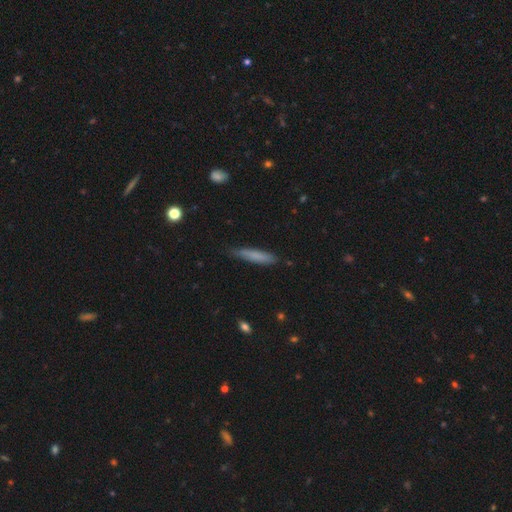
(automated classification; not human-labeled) Smooth or featured: smooth — 78% (featured or disk — 15%)
How rounded: cigar-shaped — 88% (in between — 10%)
Merging: none — 79% (minor disturbance — 17%)